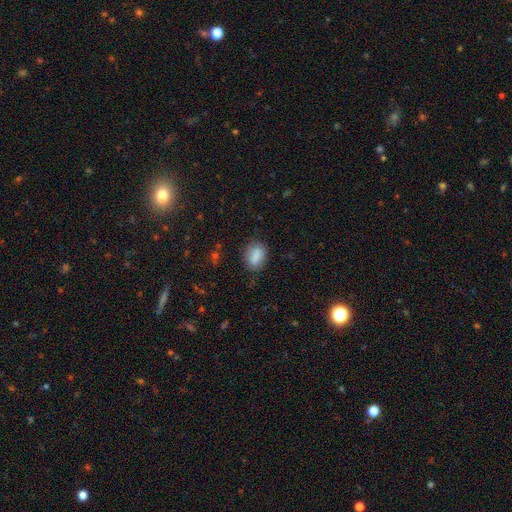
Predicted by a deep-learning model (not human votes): smooth_or_featured: smooth (p=0.83) [alt: star or artifact p=0.09]
how_rounded: in between (p=0.79) [alt: round p=0.16]
merging: none (p=0.76) [alt: minor disturbance p=0.17]